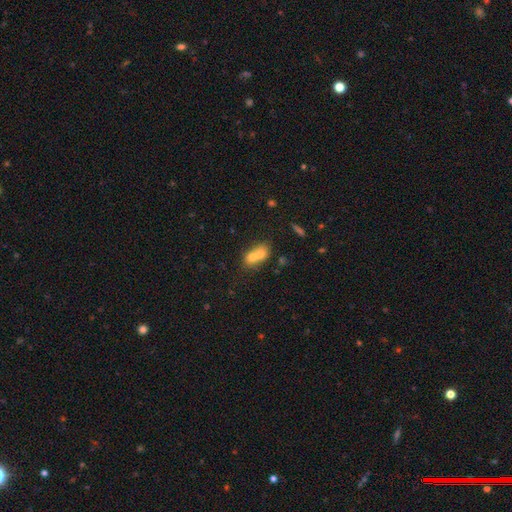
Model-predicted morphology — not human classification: A smooth galaxy with no disk features (67%) that is in between round and cigar-shaped (53%). Merging: merger (71%).